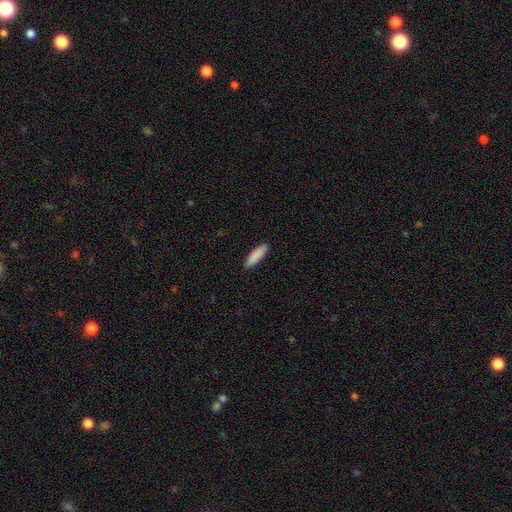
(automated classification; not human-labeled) A smooth galaxy with no disk features (88%) that is cigar-shaped (68%). Merging: none (89%).